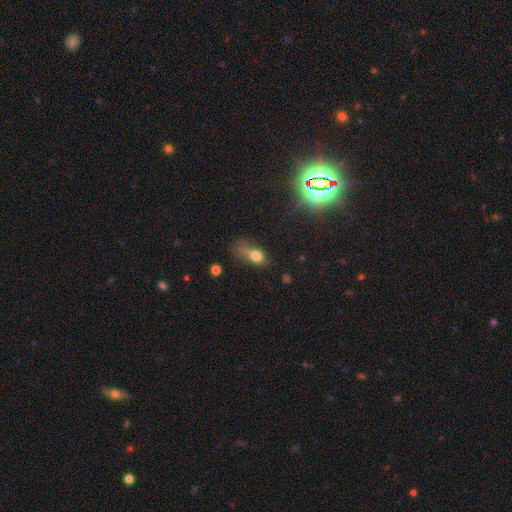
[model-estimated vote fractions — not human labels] Smooth or featured? Predicted: smooth (p=0.72). How rounded? Predicted: in between (p=0.71). Merging? Predicted: major disturbance (p=0.34).